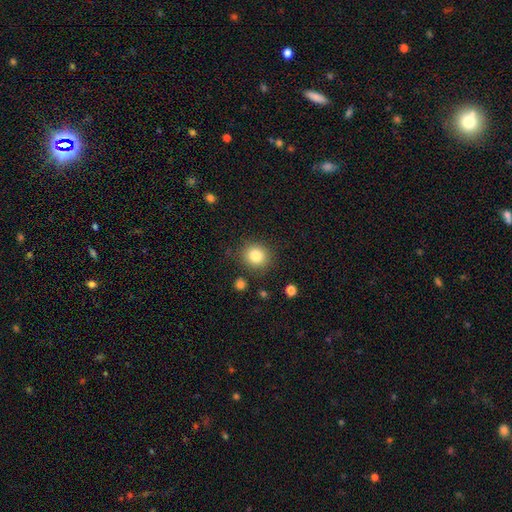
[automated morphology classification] A smooth galaxy with no disk features (83%) that is round (84%).

Vote fractions:
- Smooth or featured? smooth: 83% / star or artifact: 10% / featured or disk: 7%
- How rounded? round: 84% / in between: 15% / cigar-shaped: 1%
- Merging? none: 85% / minor disturbance: 9% / major disturbance: 3% / merger: 3%